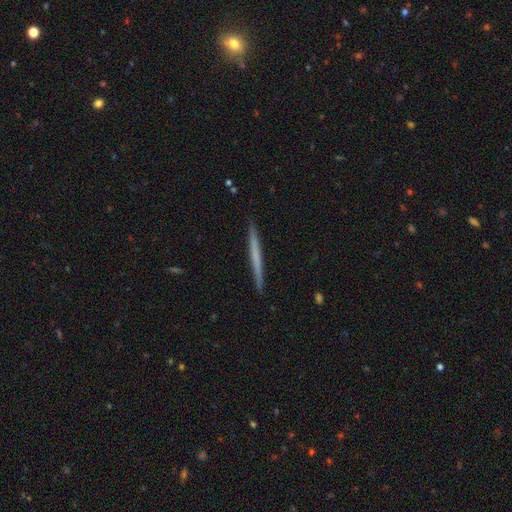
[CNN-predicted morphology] Smooth or featured? Predicted: smooth (p=0.50). Merging? Predicted: none (p=0.92).